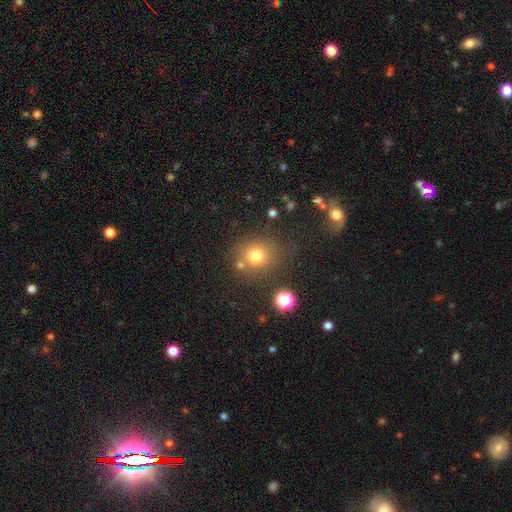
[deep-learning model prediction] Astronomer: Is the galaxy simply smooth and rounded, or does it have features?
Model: smooth — 76%.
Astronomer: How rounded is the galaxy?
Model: round — 85%.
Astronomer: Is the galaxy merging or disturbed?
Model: none — 74%.